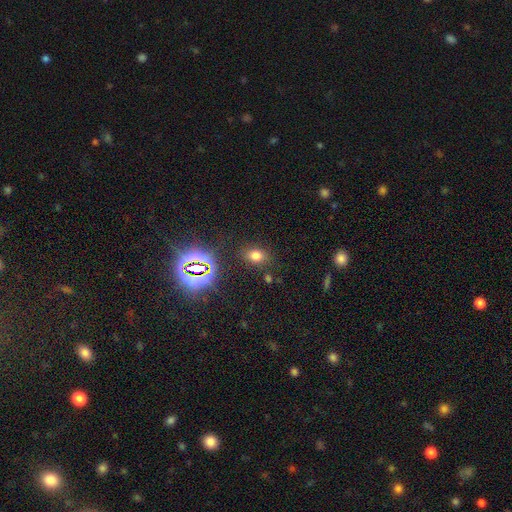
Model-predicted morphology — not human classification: This is likely a smooth galaxy (68%). How rounded: likely in between (64%). Merging: clearly none (81%).